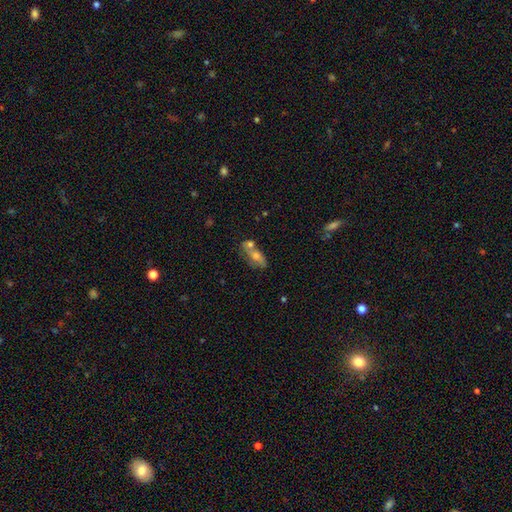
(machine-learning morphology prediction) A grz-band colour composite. It shows a smooth galaxy with no disk features (46%). Merging: none (40%).